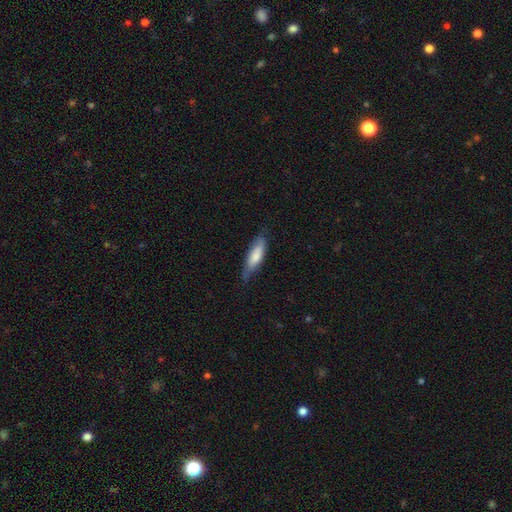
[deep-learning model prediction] Smooth or featured: smooth — 74% (featured or disk — 20%)
How rounded: cigar-shaped — 50% (in between — 49%)
Merging: none — 64% (minor disturbance — 29%)